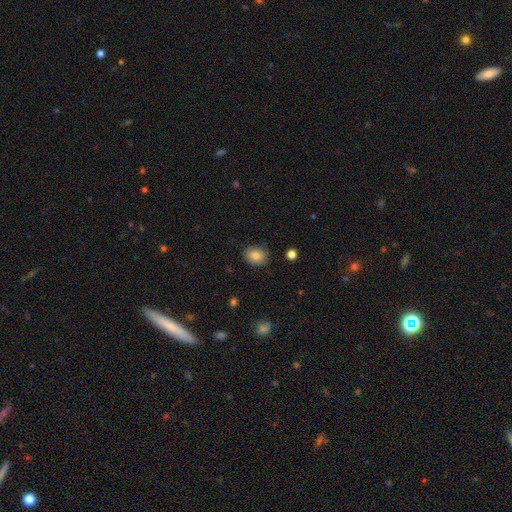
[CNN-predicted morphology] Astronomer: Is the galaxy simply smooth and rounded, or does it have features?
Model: smooth — 86%.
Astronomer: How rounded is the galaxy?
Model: in between — 60% (runner-up: round, 39%).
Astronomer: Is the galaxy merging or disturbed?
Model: none — 86%.